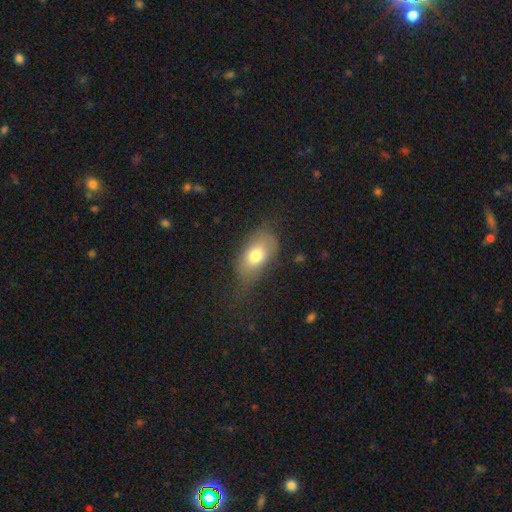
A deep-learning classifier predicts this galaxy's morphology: Smooth or featured: smooth — 73% (featured or disk — 18%)
How rounded: in between — 88% (round — 9%)
Merging: none — 48% (minor disturbance — 31%)